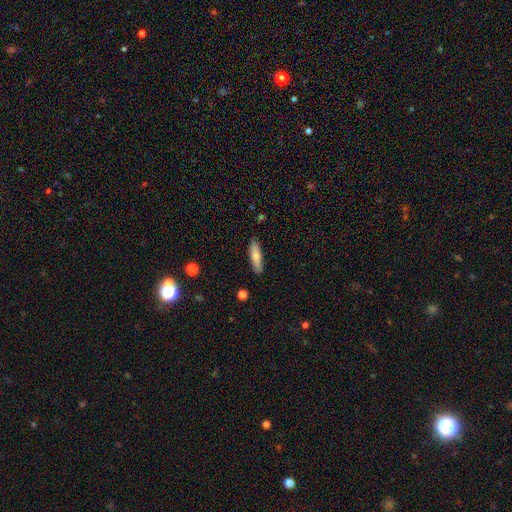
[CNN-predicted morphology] Smooth or featured? smooth (73%)
How rounded? cigar-shaped (64%)
Merging? none (87%)